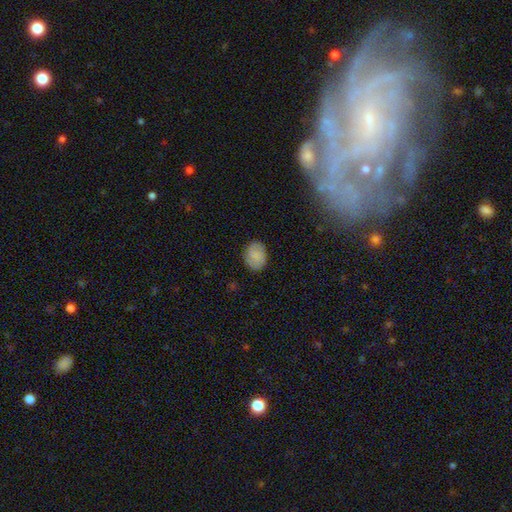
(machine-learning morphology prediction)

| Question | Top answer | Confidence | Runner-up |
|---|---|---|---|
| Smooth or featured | smooth | 81% | featured or disk (10%) |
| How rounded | in between | 56% | round (43%) |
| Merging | none | 82% | minor disturbance (13%) |